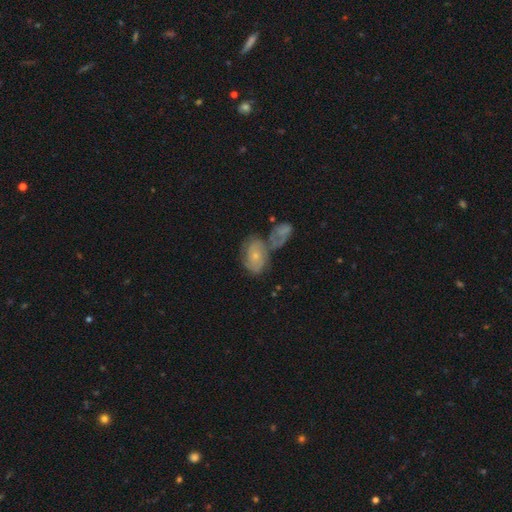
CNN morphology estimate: A featured or disk galaxy (55%) with no bar (80%), spiral arms (71%) and a small central bulge (66%).

Vote fractions:
- Smooth or featured? featured or disk: 55% / smooth: 37% / star or artifact: 8%
- Edge-on disk? no: 96% / yes: 4%
- Bar? no: 80% / weak: 16% / strong: 3%
- Spiral arms? yes: 71% / no: 29%
- Bulge size? small: 66% / moderate: 27% / none: 4% / large: 2% / dominant: 1%
- Merging? merger: 44% / none: 29% / minor disturbance: 15% / major disturbance: 11%